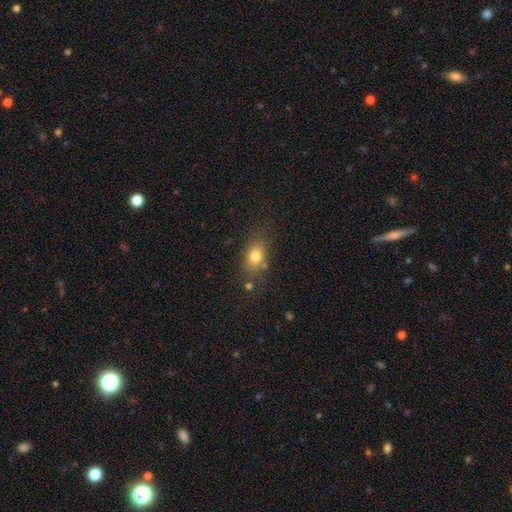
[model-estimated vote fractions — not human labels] Smooth or featured?
  - smooth: 79% *
  - star or artifact: 11%
  - featured or disk: 10%
How rounded?
  - in between: 72% *
  - round: 25%
  - cigar-shaped: 3%
Merging?
  - none: 73% *
  - minor disturbance: 15%
  - merger: 6%
  - major disturbance: 5%